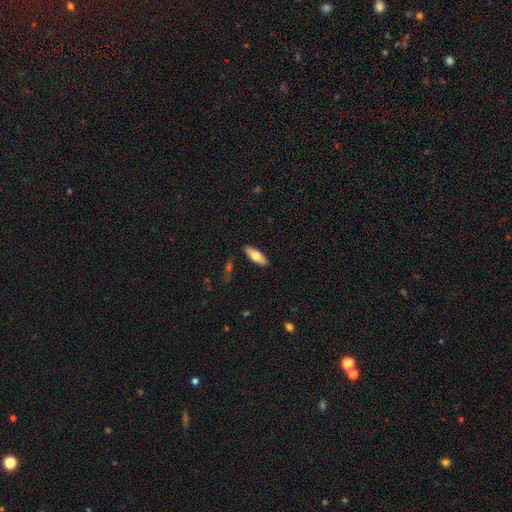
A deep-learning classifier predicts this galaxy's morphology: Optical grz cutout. It shows a smooth galaxy with no disk features (73%) that is in between round and cigar-shaped (65%). Merging: none (88%).